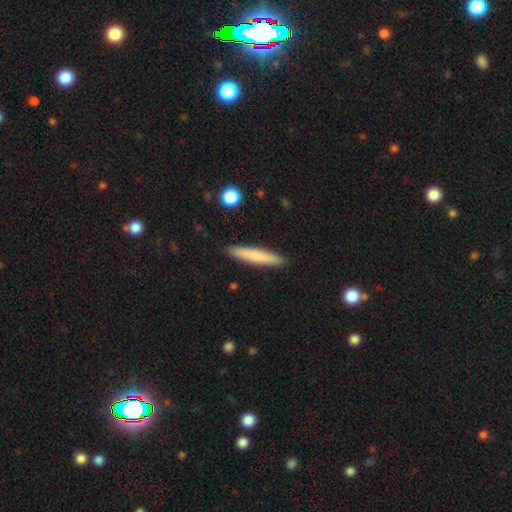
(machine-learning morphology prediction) smooth-or-featured: smooth: 75% | featured or disk: 19% | star or artifact: 6%
  how-rounded: cigar-shaped: 93% | in between: 6% | round: 1%
  merging: none: 91% | minor disturbance: 6% | major disturbance: 1% | merger: 1%